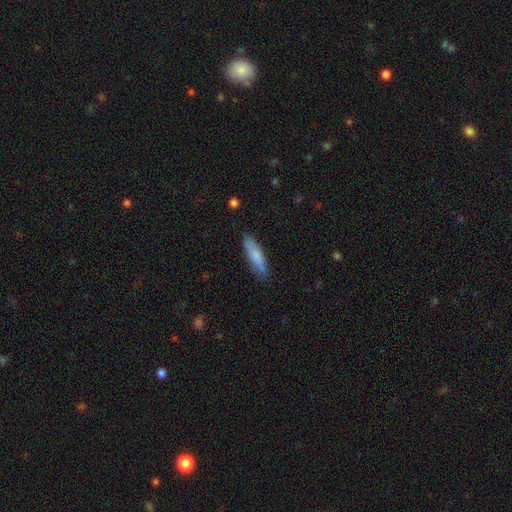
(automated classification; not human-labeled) The model was most divided on "how rounded": cigar-shaped: 71%, in between: 27%, round: 2%. More confident: merging — none (80%); smooth or featured — smooth (74%).